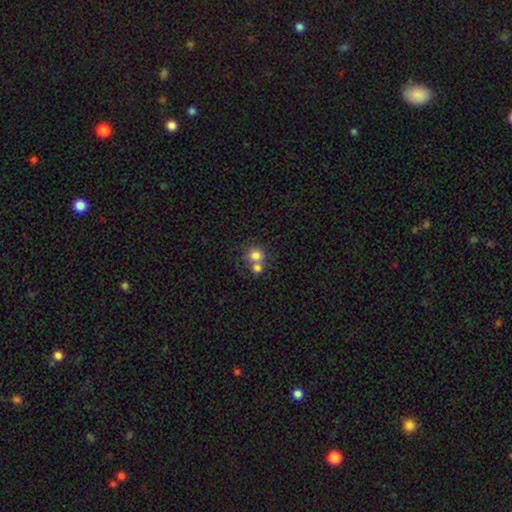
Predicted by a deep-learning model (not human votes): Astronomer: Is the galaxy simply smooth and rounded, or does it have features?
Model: smooth — 78%.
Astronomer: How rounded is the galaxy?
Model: round — 82%.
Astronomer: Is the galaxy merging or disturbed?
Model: merger — 52% (runner-up: none, 38%).